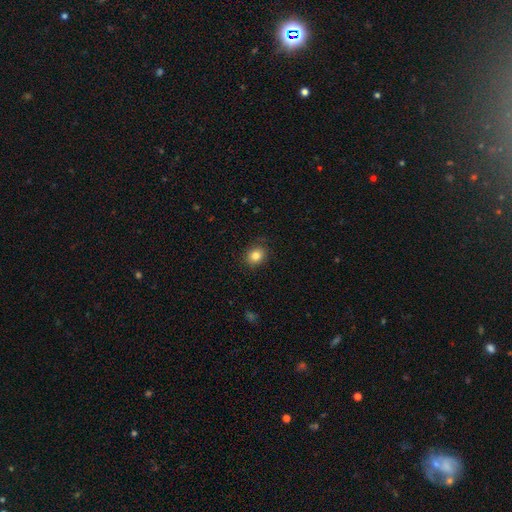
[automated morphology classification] smooth 84%, star or artifact 10%, featured or disk 6%. Down the decision tree: how rounded — round (59%); merging — none (84%).